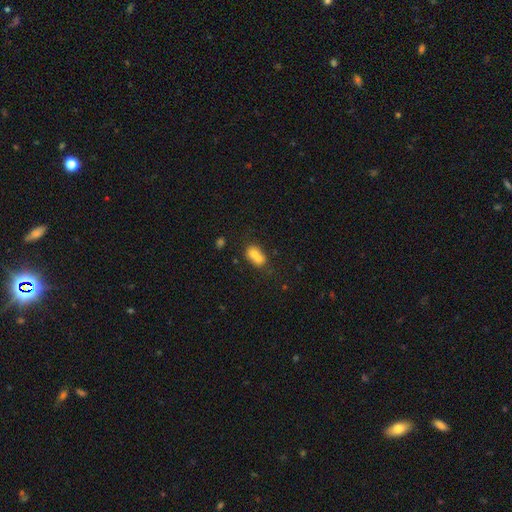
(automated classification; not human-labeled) smooth-or-featured: smooth: 68% | featured or disk: 21% | star or artifact: 11%
  how-rounded: round: 50% | in between: 48% | cigar-shaped: 2%
  merging: merger: 67% | none: 23% | minor disturbance: 7% | major disturbance: 3%